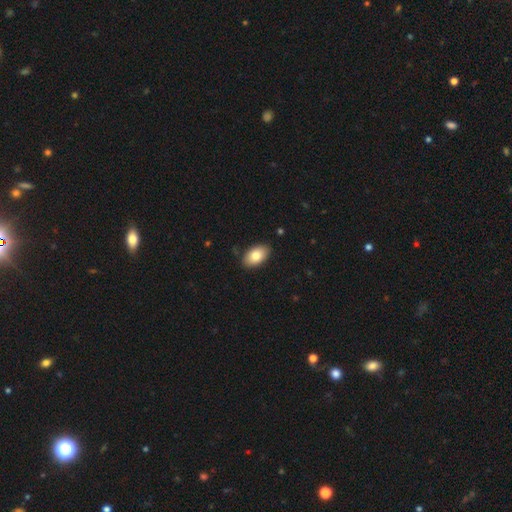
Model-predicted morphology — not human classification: This is clearly a smooth galaxy (81%). How rounded: clearly in between (93%). Merging: clearly none (87%).